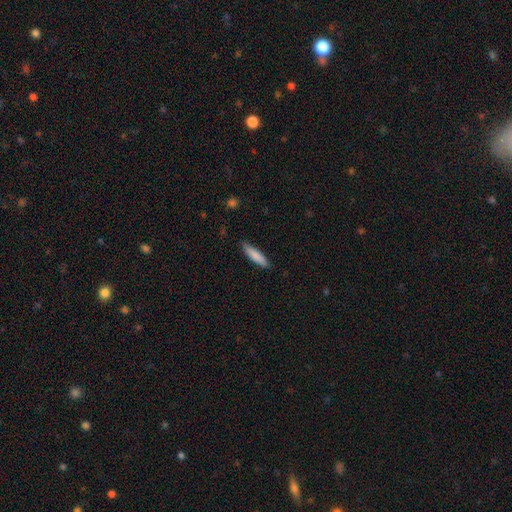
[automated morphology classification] Smooth or featured?
  - smooth: 83% *
  - featured or disk: 11%
  - star or artifact: 6%
How rounded?
  - cigar-shaped: 80% *
  - in between: 19%
  - round: 1%
Merging?
  - none: 83% *
  - minor disturbance: 14%
  - major disturbance: 2%
  - merger: 1%